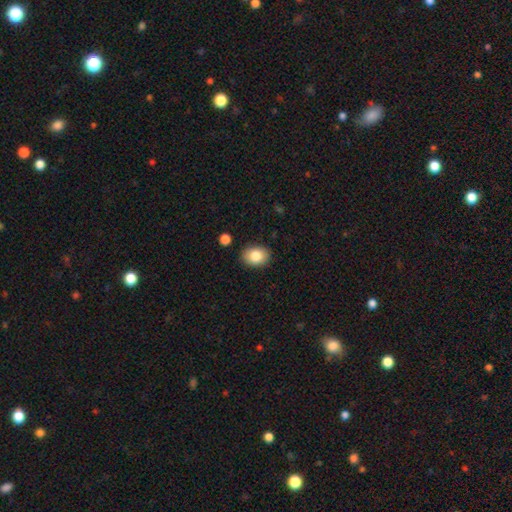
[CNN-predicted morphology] The model was most divided on "how rounded": in between: 65%, round: 34%, cigar-shaped: 1%. More confident: merging — none (87%); smooth or featured — smooth (84%).